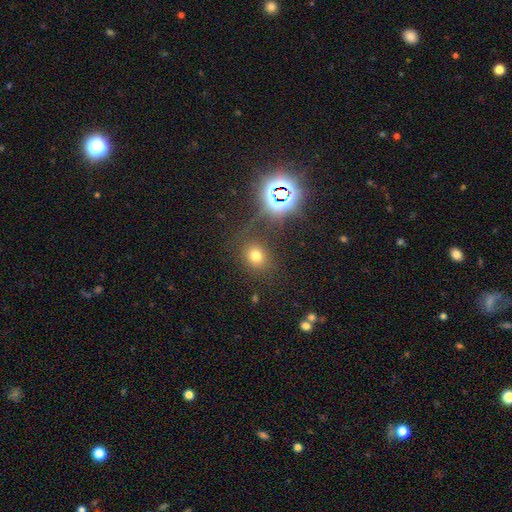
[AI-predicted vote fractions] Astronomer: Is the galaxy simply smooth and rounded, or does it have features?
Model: smooth — 67%.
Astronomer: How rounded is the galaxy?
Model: round — 62%.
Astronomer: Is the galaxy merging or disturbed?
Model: none — 80%.